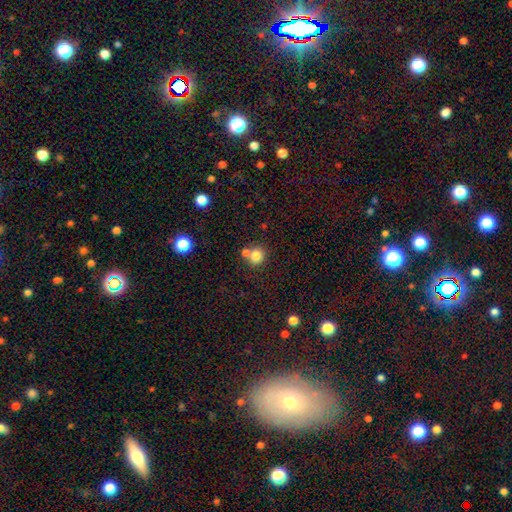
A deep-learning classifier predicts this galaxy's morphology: Smooth or featured: smooth — 80% (star or artifact — 12%)
How rounded: round — 83% (in between — 16%)
Merging: none — 58% (merger — 31%)